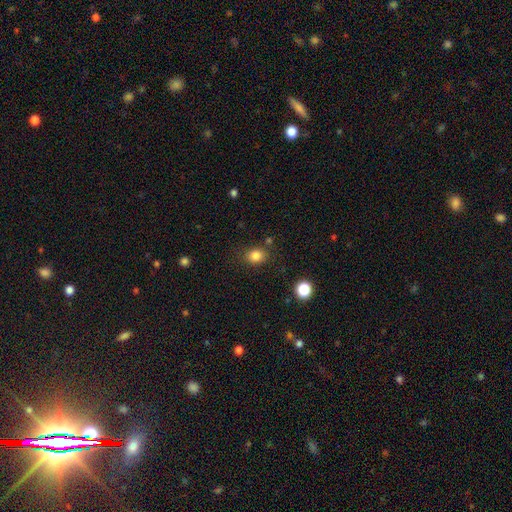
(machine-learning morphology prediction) A smooth galaxy with no disk features (83%) that is round (58%).

Vote fractions:
- Smooth or featured? smooth: 83% / star or artifact: 11% / featured or disk: 5%
- How rounded? round: 58% / in between: 41% / cigar-shaped: 1%
- Merging? none: 81% / minor disturbance: 12% / major disturbance: 4% / merger: 4%